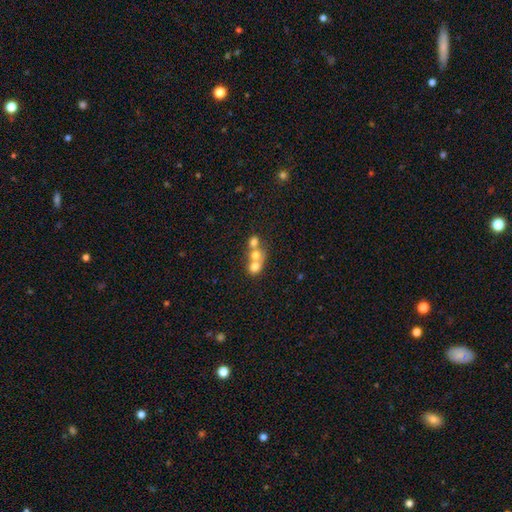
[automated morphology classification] type=smooth (63%); roundness=round (67%); merging=merger (70%).